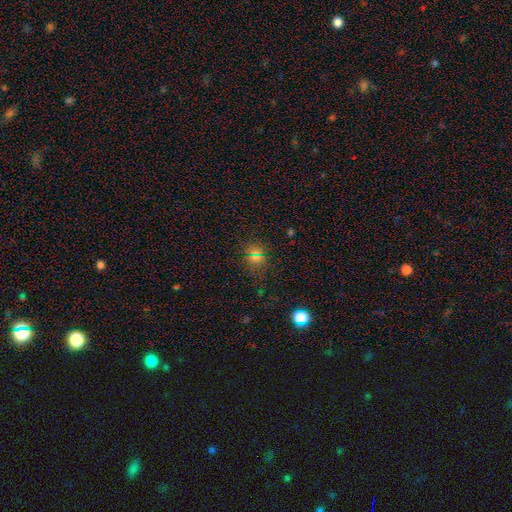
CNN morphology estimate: smooth 61%, star or artifact 31%, featured or disk 8%. Down the decision tree: how rounded — round (78%); merging — none (84%).